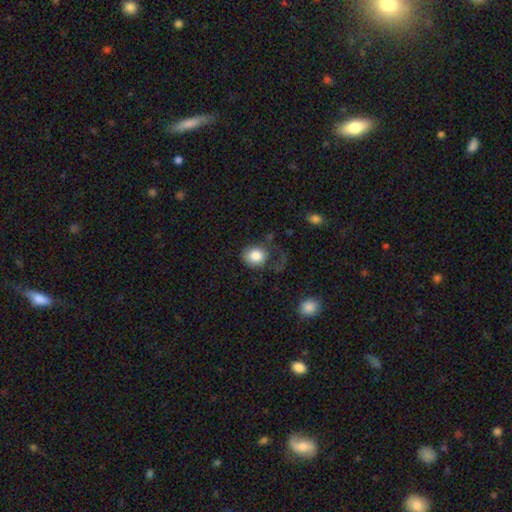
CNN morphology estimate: This appears to be a smooth galaxy with no disk features (81%) that is round (61%). Merging: none (43%).